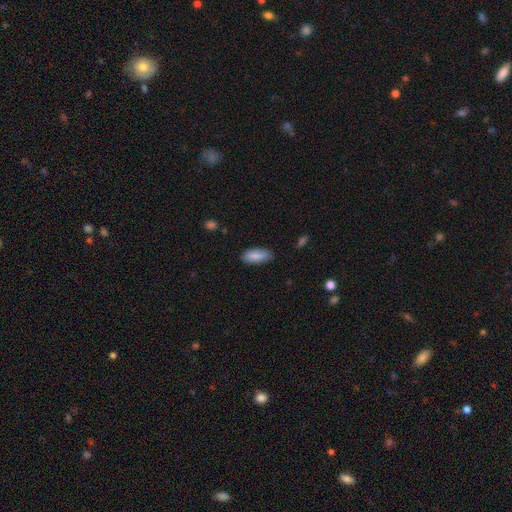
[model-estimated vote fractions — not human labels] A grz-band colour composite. It shows a smooth galaxy with no disk features (88%) that is in between round and cigar-shaped (85%). Merging: none (81%).